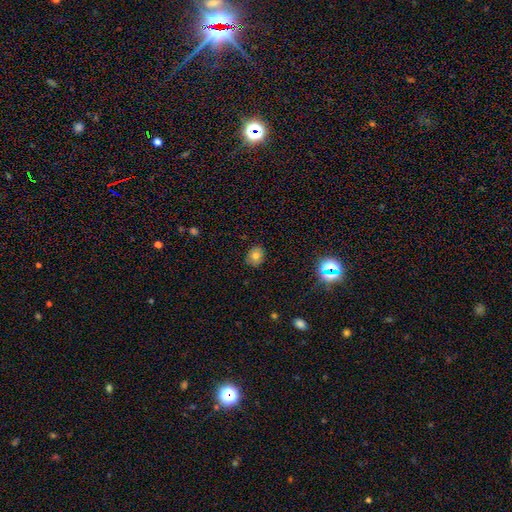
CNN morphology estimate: smooth 71%, star or artifact 15%, featured or disk 13%. Down the decision tree: how rounded — round (65%); merging — none (85%).